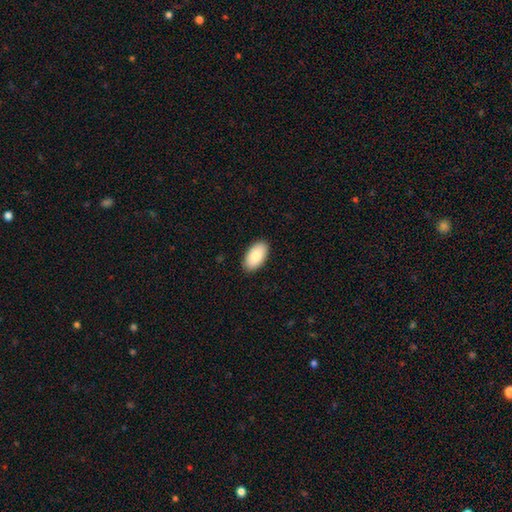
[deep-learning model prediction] Smooth or featured: smooth — 85% (featured or disk — 9%)
How rounded: in between — 96% (round — 2%)
Merging: none — 90% (minor disturbance — 8%)